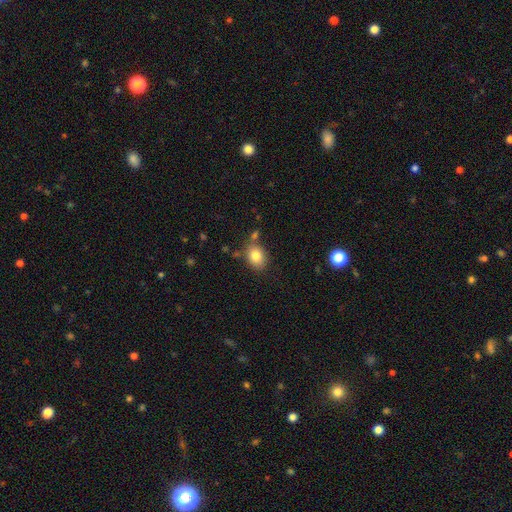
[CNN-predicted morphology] Smooth or featured? smooth (82%)
How rounded? in between (63%)
Merging? none (73%)